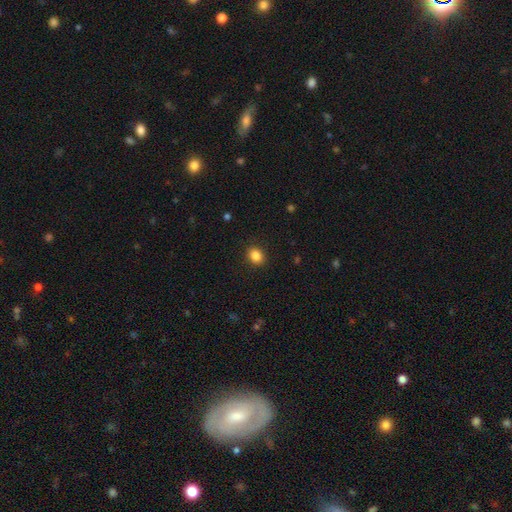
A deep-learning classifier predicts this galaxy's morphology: smooth 86%, star or artifact 10%, featured or disk 4%. Down the decision tree: how rounded — round (56%); merging — none (90%).